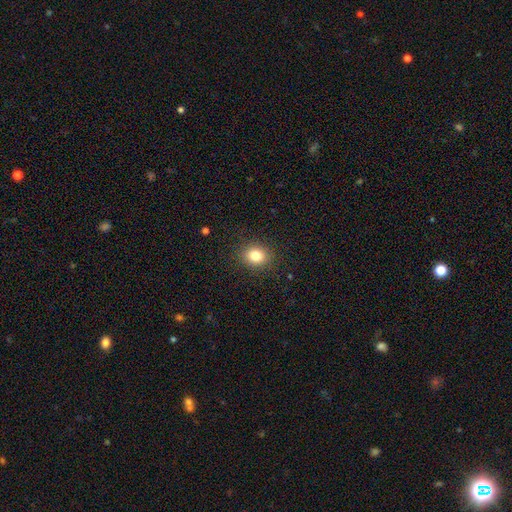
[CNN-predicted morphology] The model was most divided on "how rounded": round: 63%, in between: 36%, cigar-shaped: 1%. More confident: merging — none (89%); smooth or featured — smooth (83%).